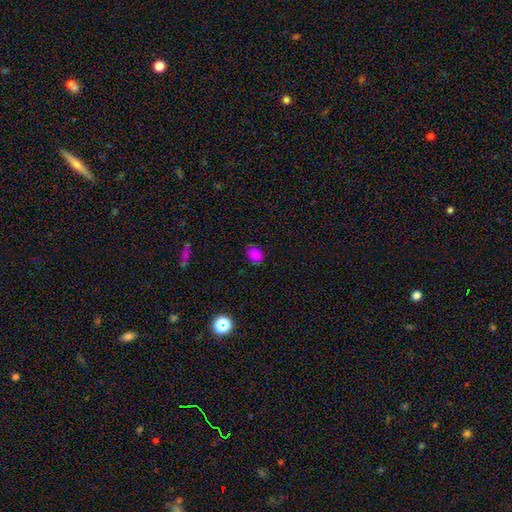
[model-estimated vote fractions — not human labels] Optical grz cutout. It shows a smooth galaxy with no disk features (82%) that is in between round and cigar-shaped (62%). Merging: none (81%).